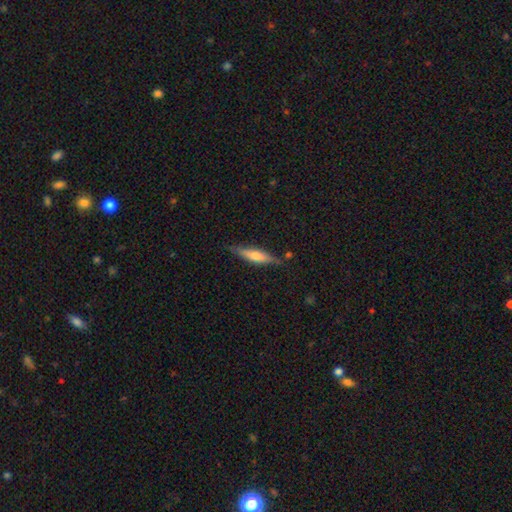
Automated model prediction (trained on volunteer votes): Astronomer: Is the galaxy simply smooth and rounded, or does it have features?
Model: featured or disk — 48% (runner-up: smooth, 45%).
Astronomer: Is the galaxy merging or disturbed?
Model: none — 81%.